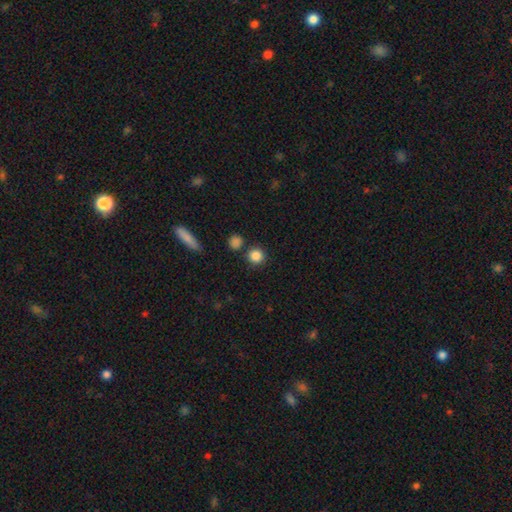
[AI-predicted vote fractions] smooth 85%, star or artifact 10%, featured or disk 4%. Down the decision tree: how rounded — round (92%); merging — none (82%).